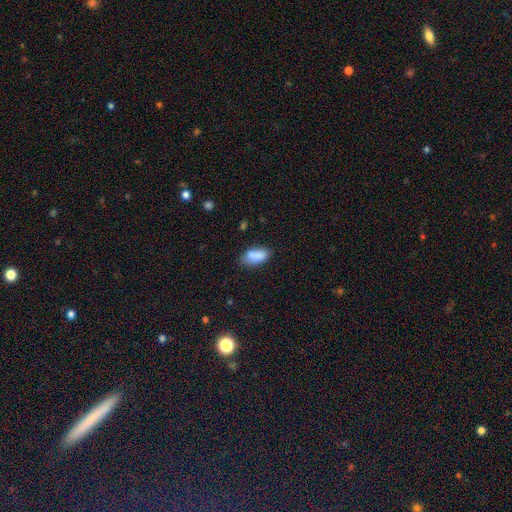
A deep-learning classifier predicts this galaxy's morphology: type=smooth (82%); roundness=in between (89%); merging=none (60%).